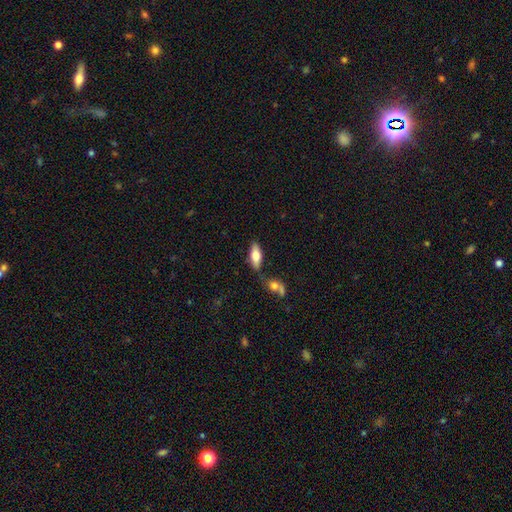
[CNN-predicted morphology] smooth 69%, featured or disk 24%, star or artifact 6%. Down the decision tree: how rounded — in between (76%); merging — none (68%).